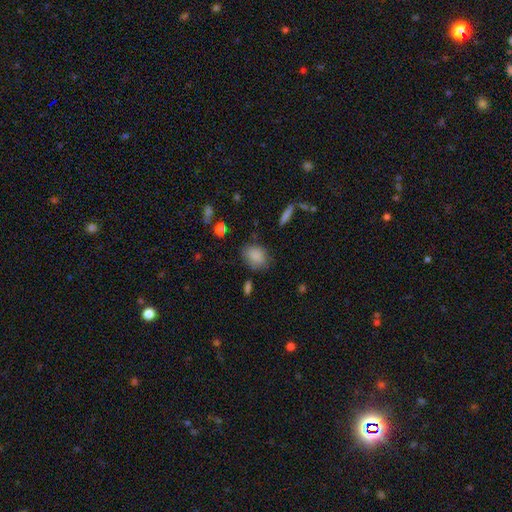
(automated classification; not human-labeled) The model was most divided on "how rounded": in between: 62%, round: 37%, cigar-shaped: 1%. More confident: smooth or featured — smooth (85%); merging — none (71%).